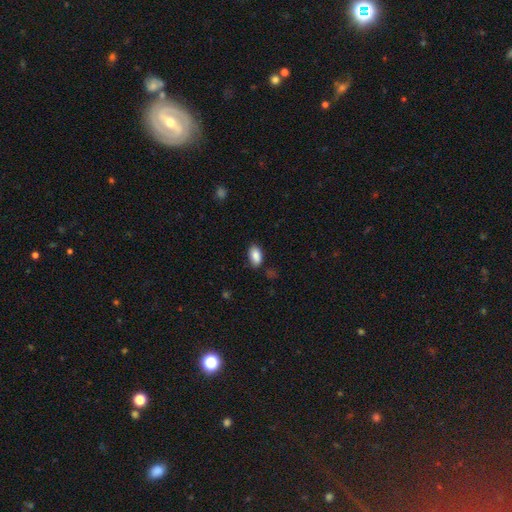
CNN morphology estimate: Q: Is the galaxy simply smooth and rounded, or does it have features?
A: smooth — 88%.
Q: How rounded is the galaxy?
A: in between — 93%.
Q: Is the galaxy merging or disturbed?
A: none — 79%.